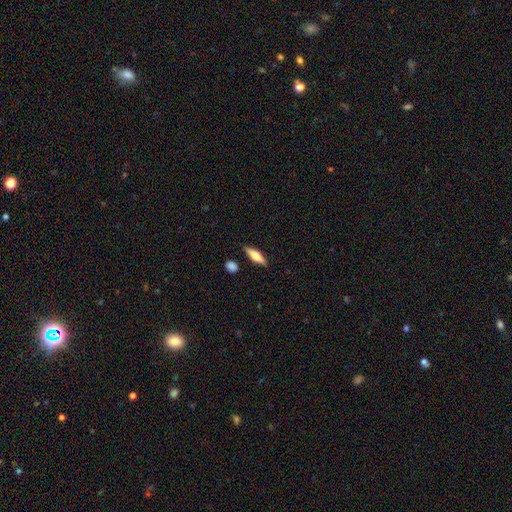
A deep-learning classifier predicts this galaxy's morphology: Smooth or featured? Predicted: smooth (p=0.51). How rounded? Predicted: cigar-shaped (p=0.51). Merging? Predicted: none (p=0.85).